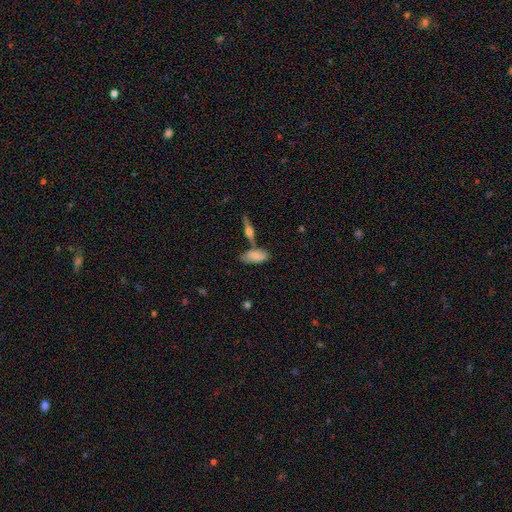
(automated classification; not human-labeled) Q: Smooth or featured?
A: smooth (71%); runner-up: featured or disk (22%)
Q: How rounded?
A: in between (79%); runner-up: cigar-shaped (18%)
Q: Merging?
A: none (55%); runner-up: merger (21%)